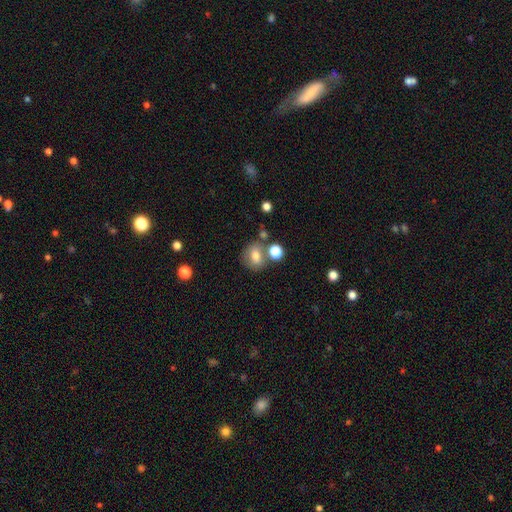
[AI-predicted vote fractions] This is likely a smooth galaxy (75%). How rounded: likely round (63%). Merging: likely none (60%).